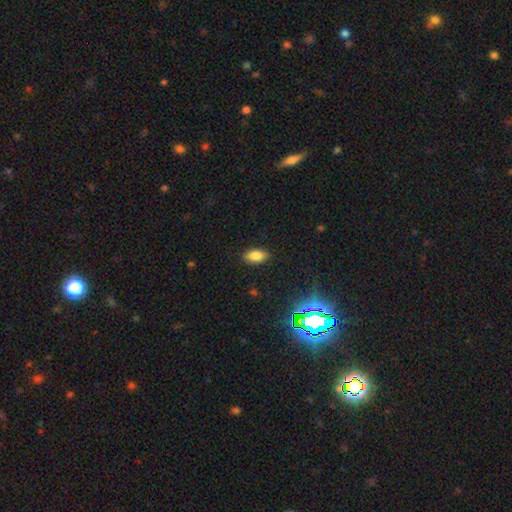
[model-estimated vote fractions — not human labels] The model was most divided on "smooth or featured": smooth: 80%, star or artifact: 12%, featured or disk: 8%. More confident: how rounded — in between (90%); merging — none (88%).